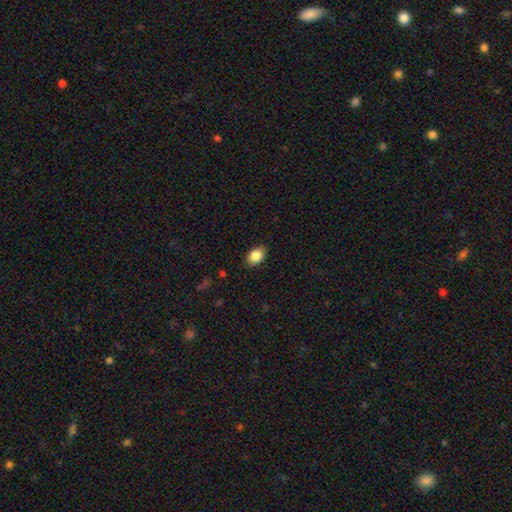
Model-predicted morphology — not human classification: smooth 86%, star or artifact 8%, featured or disk 6%. Down the decision tree: how rounded — in between (76%); merging — none (86%).